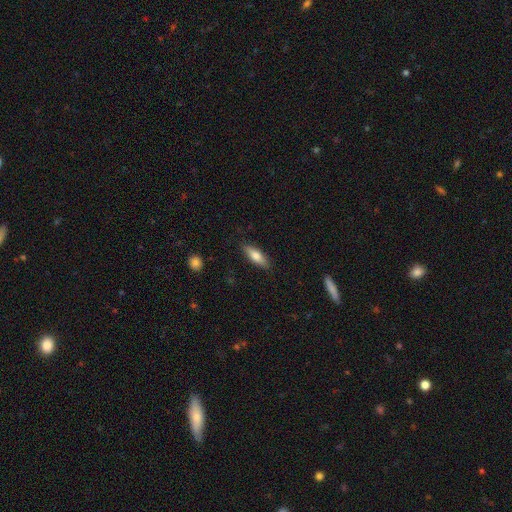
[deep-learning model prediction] A smooth galaxy with no disk features (72%) that is in between round and cigar-shaped (50%).

Vote fractions:
- Smooth or featured? smooth: 72% / featured or disk: 21% / star or artifact: 6%
- How rounded? in between: 50% / cigar-shaped: 48% / round: 2%
- Merging? none: 86% / minor disturbance: 10% / major disturbance: 2% / merger: 1%